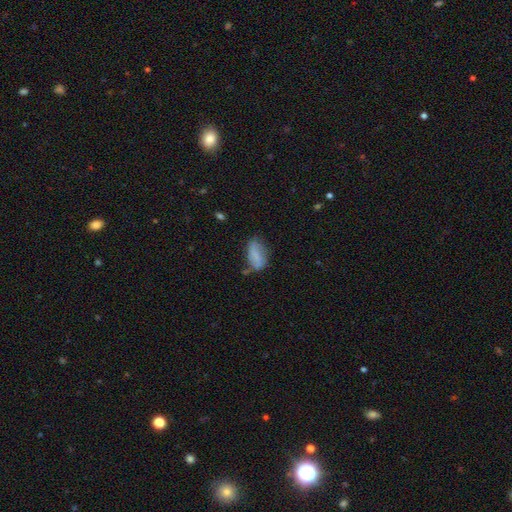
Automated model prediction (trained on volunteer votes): smooth-or-featured: smooth: 67% | featured or disk: 24% | star or artifact: 9%
  how-rounded: in between: 88% | cigar-shaped: 8% | round: 4%
  merging: none: 46% | minor disturbance: 34% | major disturbance: 14% | merger: 6%